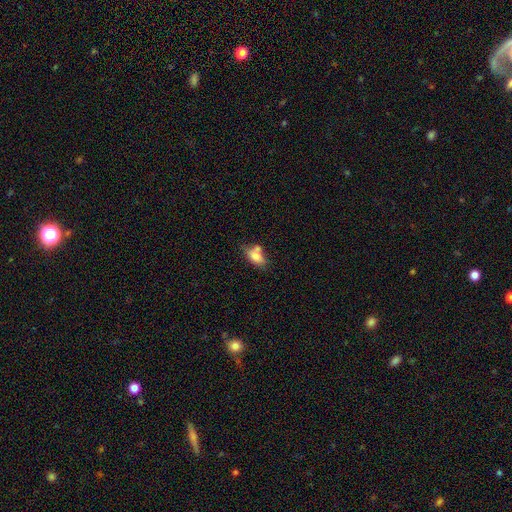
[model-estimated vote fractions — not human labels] Smooth or featured? smooth (78%)
How rounded? in between (86%)
Merging? none (45%)